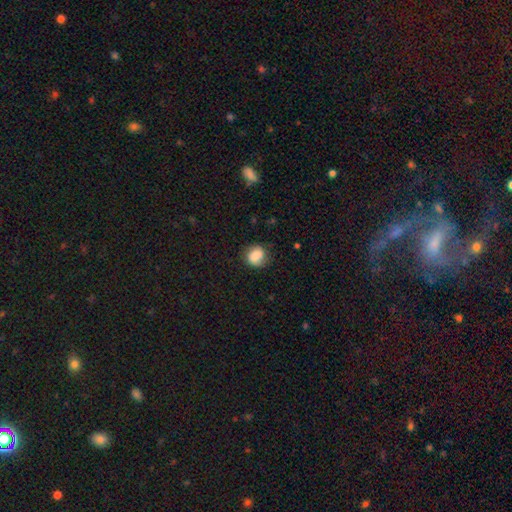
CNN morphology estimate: Smooth or featured: smooth — 77% (featured or disk — 15%)
How rounded: round — 76% (in between — 23%)
Merging: none — 71% (minor disturbance — 21%)